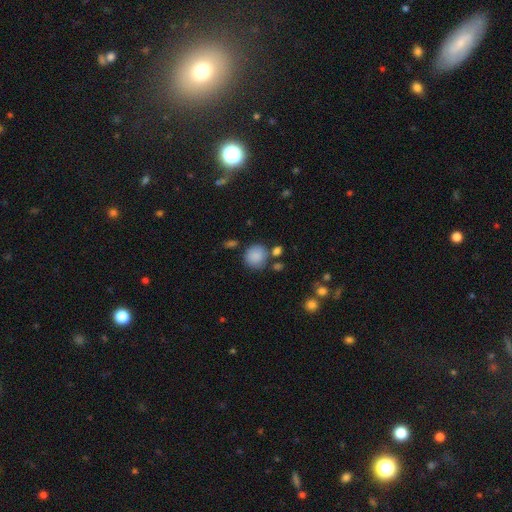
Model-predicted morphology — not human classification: A smooth galaxy with no disk features (86%) that is round (85%).

Vote fractions:
- Smooth or featured? smooth: 86% / star or artifact: 8% / featured or disk: 5%
- How rounded? round: 85% / in between: 14% / cigar-shaped: 1%
- Merging? none: 70% / minor disturbance: 15% / merger: 9% / major disturbance: 5%